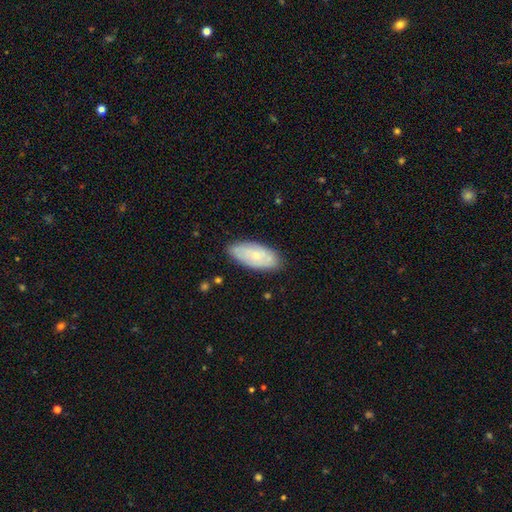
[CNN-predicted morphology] A smooth galaxy with no disk features (56%) that is in between round and cigar-shaped (89%). Merging: none (80%).